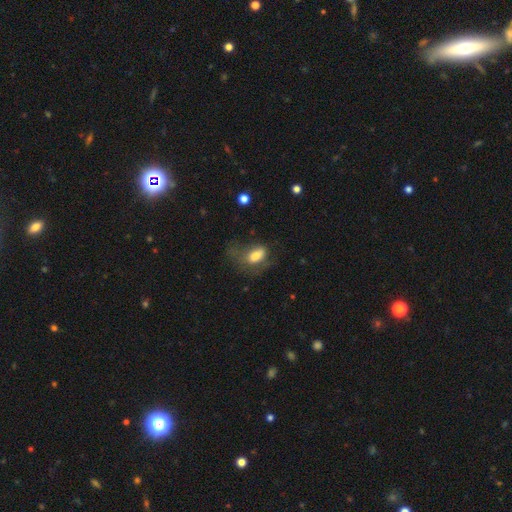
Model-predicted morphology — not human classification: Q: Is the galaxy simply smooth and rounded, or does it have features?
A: smooth — 70%.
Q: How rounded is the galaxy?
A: in between — 87%.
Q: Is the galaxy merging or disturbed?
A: major disturbance — 41%.